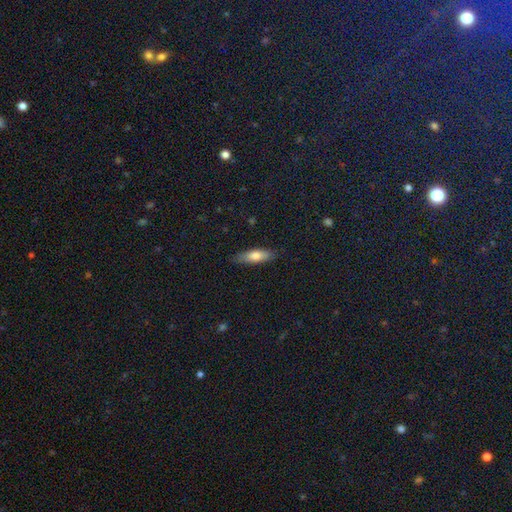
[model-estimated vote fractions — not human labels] The model was most divided on "how rounded": in between: 52%, cigar-shaped: 46%, round: 2%. More confident: merging — none (85%); smooth or featured — smooth (71%).